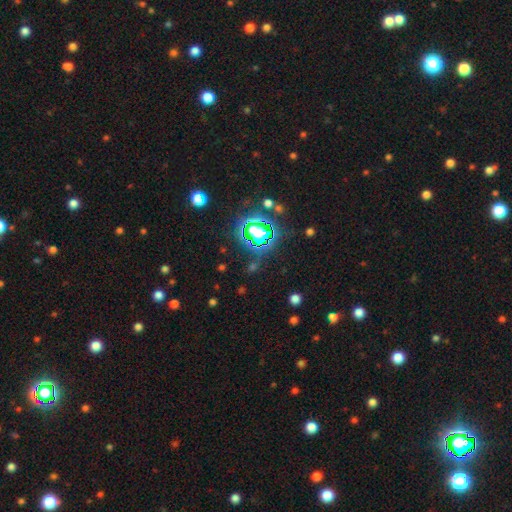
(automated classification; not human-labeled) Smooth or featured? star or artifact (82%)